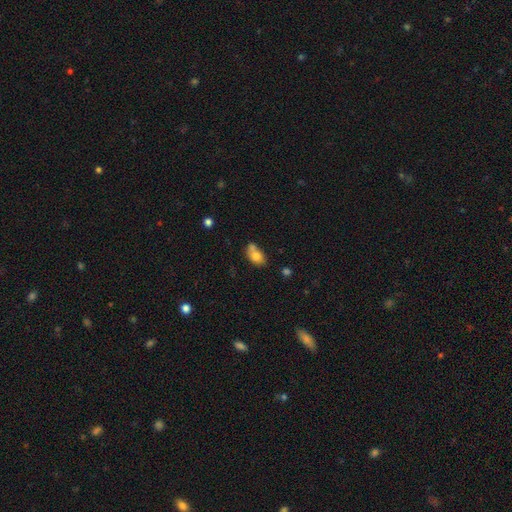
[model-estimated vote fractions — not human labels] Smooth or featured? smooth (75%)
How rounded? in between (79%)
Merging? none (38%)